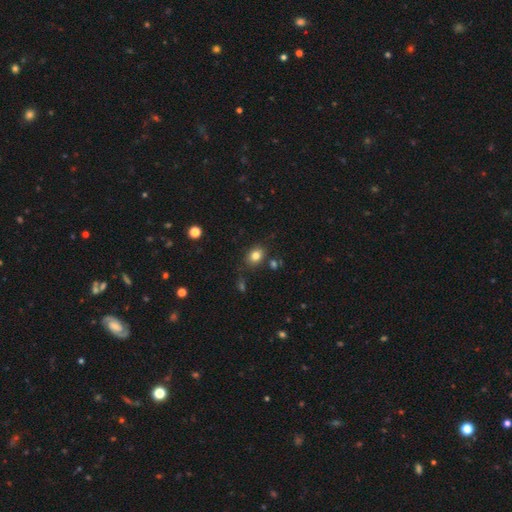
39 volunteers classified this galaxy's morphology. type=smooth (77%); roundness=round (57%); merging=none (80%).